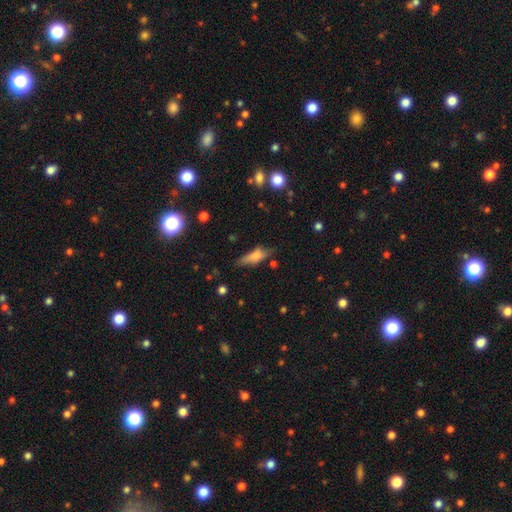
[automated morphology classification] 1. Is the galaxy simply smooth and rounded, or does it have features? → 55% smooth, 35% featured or disk, 9% star or artifact.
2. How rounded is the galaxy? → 49% in between, 47% cigar-shaped, 4% round.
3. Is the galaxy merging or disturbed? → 60% none, 27% minor disturbance, 10% major disturbance, 4% merger.